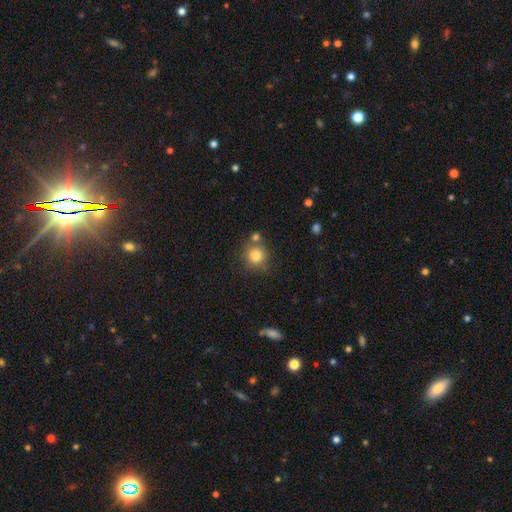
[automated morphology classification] The model was most divided on "merging": none: 69%, merger: 18%, minor disturbance: 10%, major disturbance: 3%. More confident: how rounded — round (92%); smooth or featured — smooth (80%).